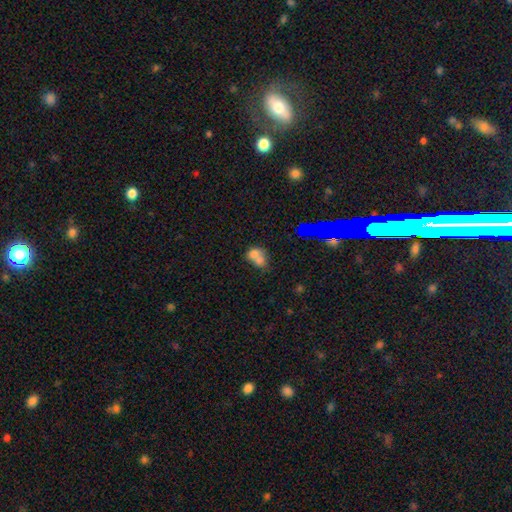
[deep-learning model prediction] Overall: smooth (67%). How rounded: round (50%; in between 49%). Merging: merger (65%).